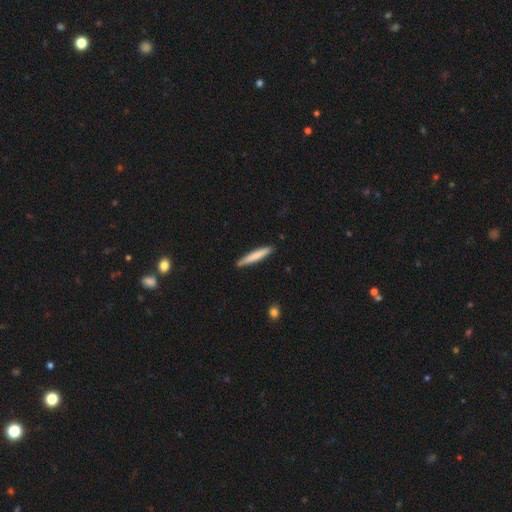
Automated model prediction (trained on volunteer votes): A smooth galaxy with no disk features (74%) that is cigar-shaped (95%). Merging: none (88%).